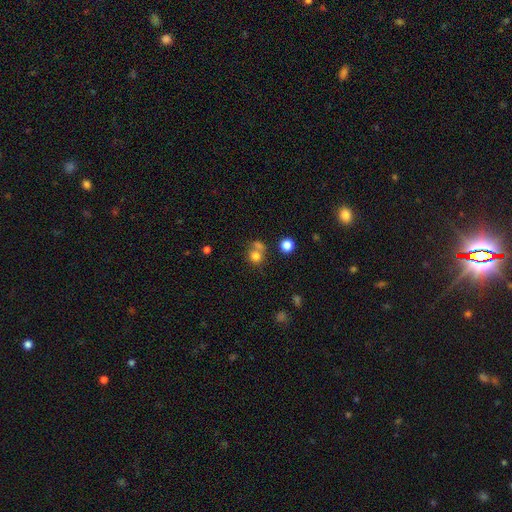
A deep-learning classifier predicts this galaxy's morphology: smooth_or_featured: smooth (p=0.76) [alt: star or artifact p=0.14]
how_rounded: round (p=0.82) [alt: in between p=0.17]
merging: none (p=0.45) [alt: merger p=0.41]